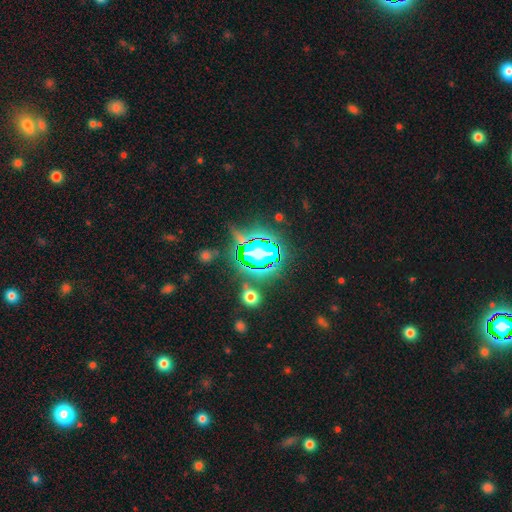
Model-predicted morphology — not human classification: This is likely a star or artifact rather than a galaxy (71%).